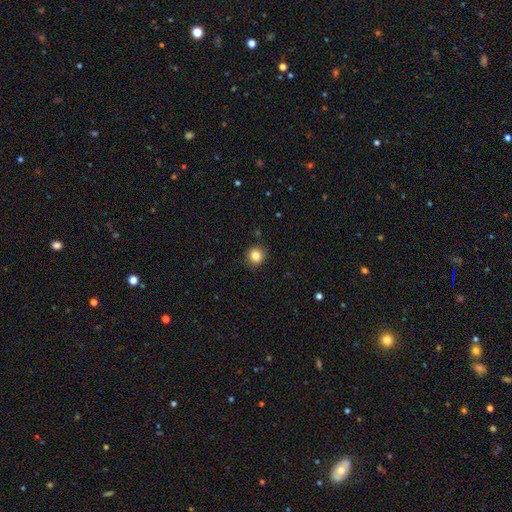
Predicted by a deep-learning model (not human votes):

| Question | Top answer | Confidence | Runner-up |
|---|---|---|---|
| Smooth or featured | smooth | 84% | star or artifact (11%) |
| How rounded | round | 89% | in between (10%) |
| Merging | none | 88% | minor disturbance (9%) |